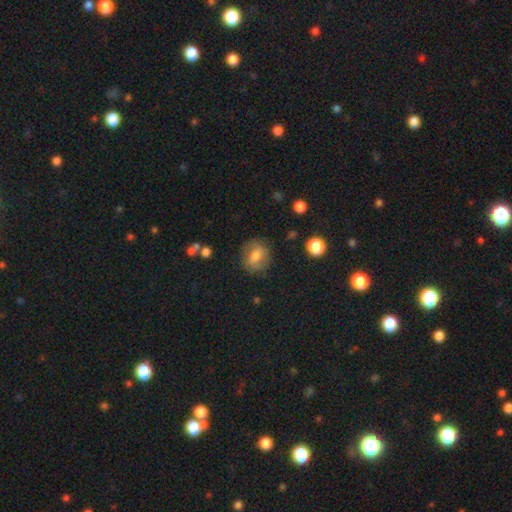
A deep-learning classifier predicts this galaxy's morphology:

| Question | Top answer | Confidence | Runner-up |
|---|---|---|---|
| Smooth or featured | smooth | 59% | featured or disk (32%) |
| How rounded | round | 59% | in between (39%) |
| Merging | none | 78% | minor disturbance (14%) |